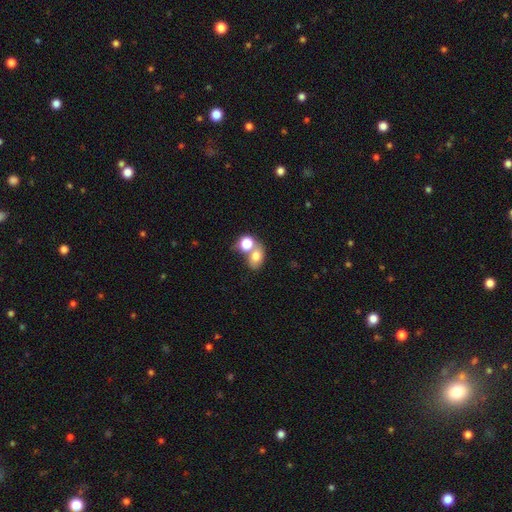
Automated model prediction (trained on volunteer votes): smooth 74%, featured or disk 14%, star or artifact 11%. Down the decision tree: how rounded — in between (60%); merging — merger (51%).